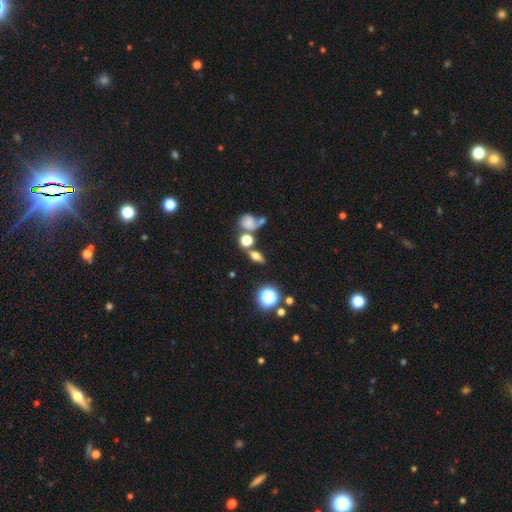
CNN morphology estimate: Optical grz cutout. It shows a smooth galaxy with no disk features (56%) that is in between round and cigar-shaped (54%). Merging: none (65%).